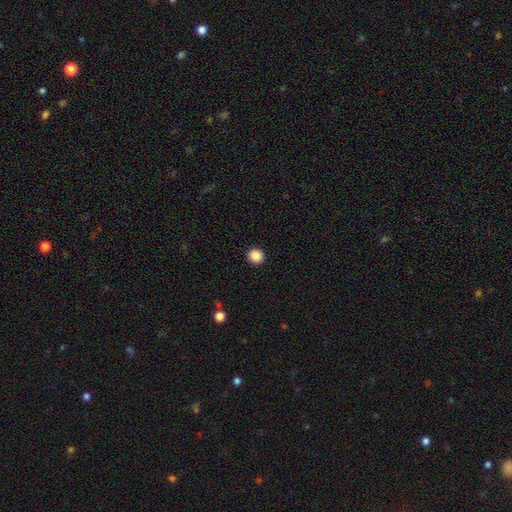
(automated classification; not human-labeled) A smooth galaxy with no disk features (88%) that is round (93%).

Vote fractions:
- Smooth or featured? smooth: 88% / star or artifact: 10% / featured or disk: 3%
- How rounded? round: 93% / in between: 6% / cigar-shaped: 1%
- Merging? none: 93% / minor disturbance: 4% / major disturbance: 2% / merger: 1%